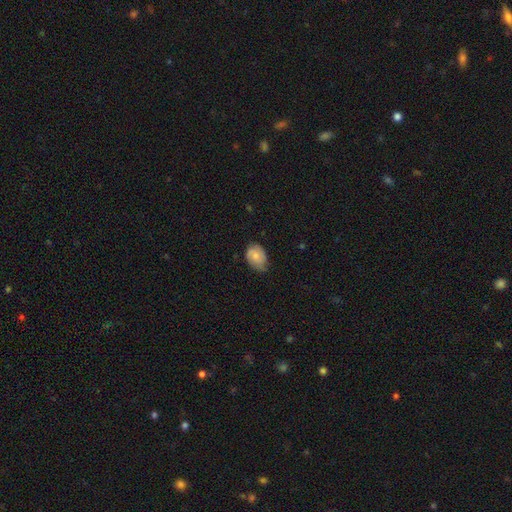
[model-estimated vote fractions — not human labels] Overall: smooth (72%). How rounded: in between (78%). Merging: none (58%; minor disturbance 35%).